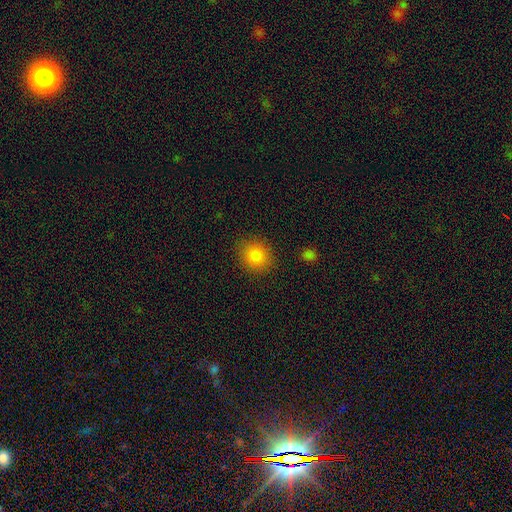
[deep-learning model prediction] This appears to be a smooth galaxy with no disk features (85%) that is round (80%). Merging: none (87%).